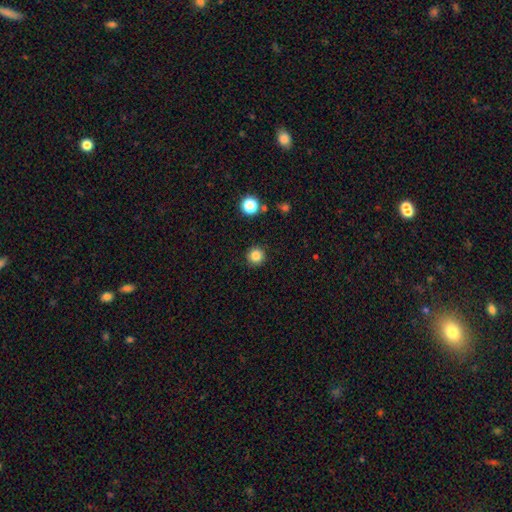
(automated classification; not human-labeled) Overall: smooth (84%). How rounded: round (95%). Merging: none (91%).